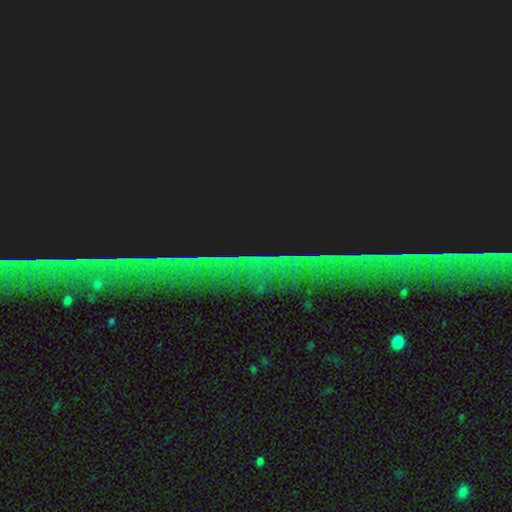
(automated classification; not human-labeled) Overall: star or artifact (83%).